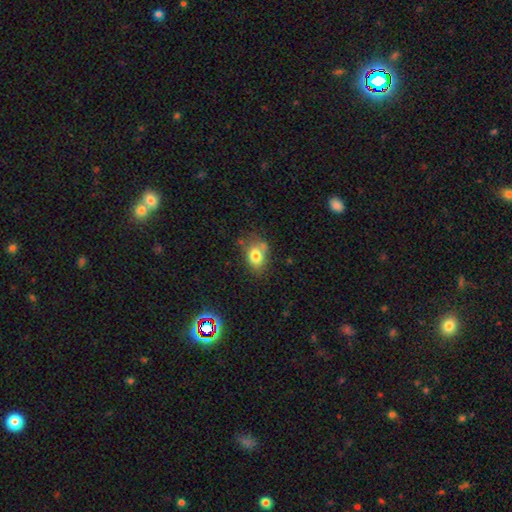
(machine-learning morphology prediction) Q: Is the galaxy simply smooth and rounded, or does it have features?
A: smooth — 78%.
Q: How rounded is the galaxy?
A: in between — 74%.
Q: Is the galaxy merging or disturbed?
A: none — 57%.